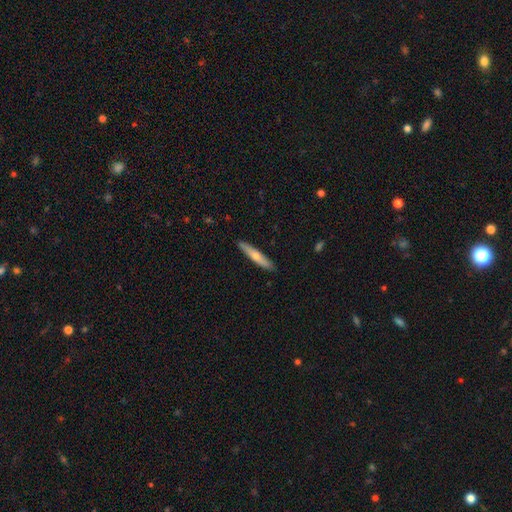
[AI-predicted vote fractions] This is possibly a smooth galaxy (50%). Merging: clearly none (90%).